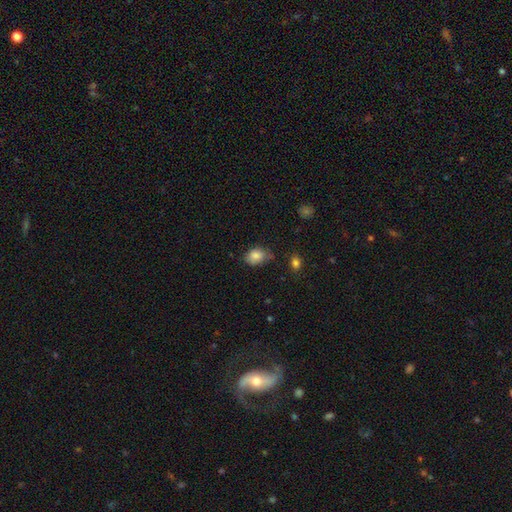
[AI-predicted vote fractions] smooth 84%, star or artifact 9%, featured or disk 7%. Down the decision tree: how rounded — in between (65%); merging — none (59%).